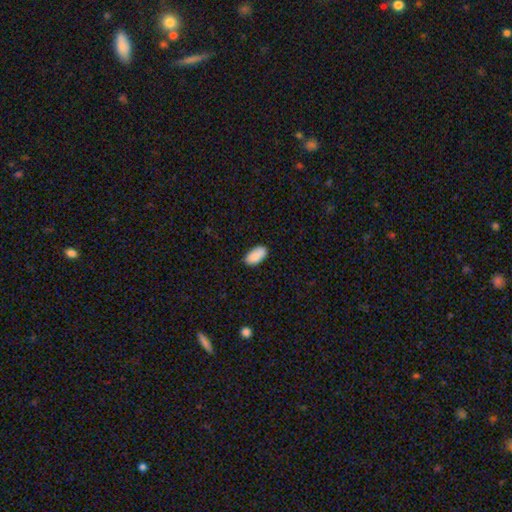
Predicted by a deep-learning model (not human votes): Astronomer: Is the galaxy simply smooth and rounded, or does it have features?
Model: smooth — 89%.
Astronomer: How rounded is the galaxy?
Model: in between — 94%.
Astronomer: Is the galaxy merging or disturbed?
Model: none — 85%.